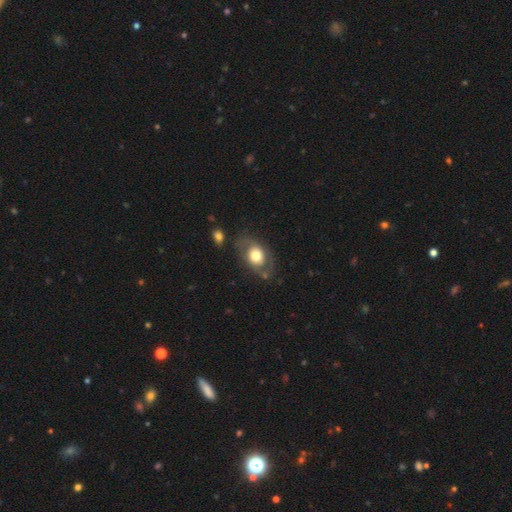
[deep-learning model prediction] Overall: featured or disk (48%; smooth 45%). Merging: none (68%).